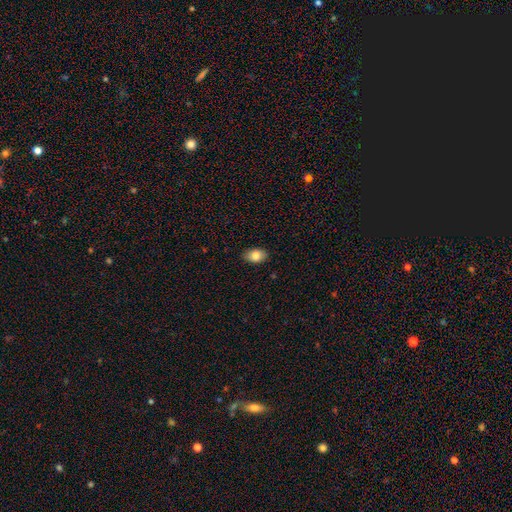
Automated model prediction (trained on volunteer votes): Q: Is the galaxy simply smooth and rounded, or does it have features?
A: smooth — 85%.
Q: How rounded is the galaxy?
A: in between — 90%.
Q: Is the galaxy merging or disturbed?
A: none — 87%.